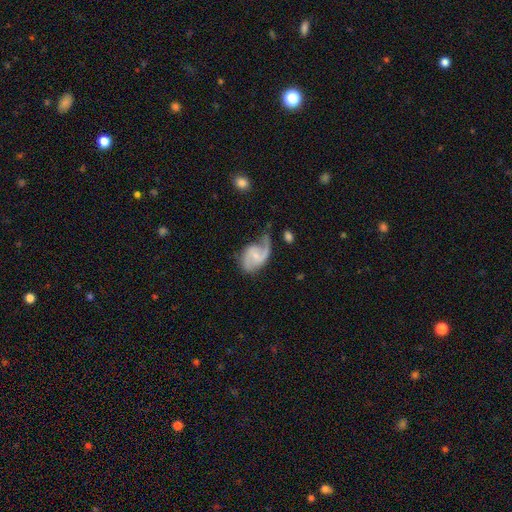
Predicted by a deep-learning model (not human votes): Smooth or featured: featured or disk — 76% (smooth — 18%)
Edge-on disk: no — 97% (yes — 3%)
Bar: weak — 47% (no — 42%)
Spiral arms: yes — 92% (no — 8%)
Spiral winding: loose — 42% (tied with medium — 42%)
Spiral arm count: 2 — 61% (1 — 30%)
Bulge size: small — 58% (moderate — 26%)
Merging: none — 39% (minor disturbance — 29%)